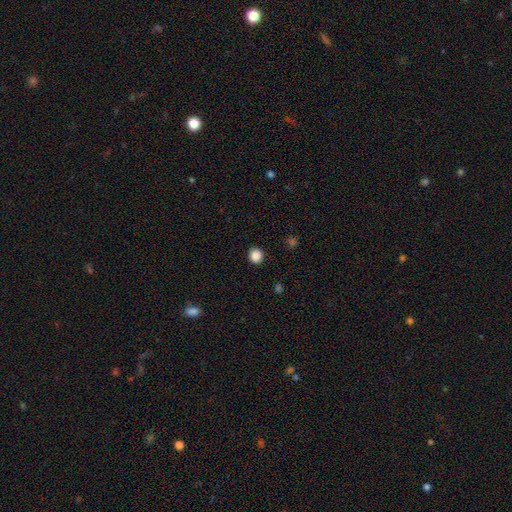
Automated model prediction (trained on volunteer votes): Smooth or featured? Predicted: smooth (p=0.87). How rounded? Predicted: round (p=0.88). Merging? Predicted: none (p=0.91).